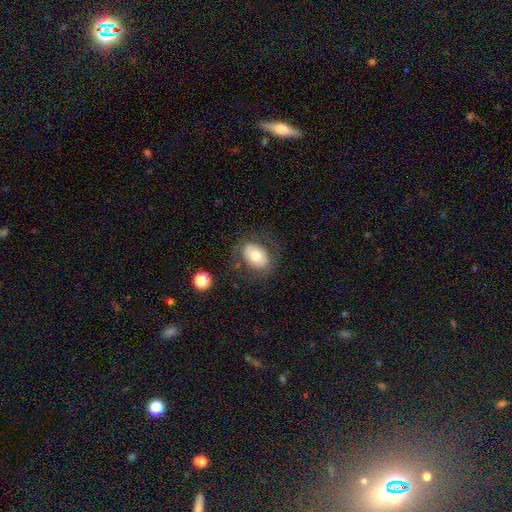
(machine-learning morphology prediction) Smooth or featured? smooth (65%)
How rounded? in between (70%)
Merging? none (74%)